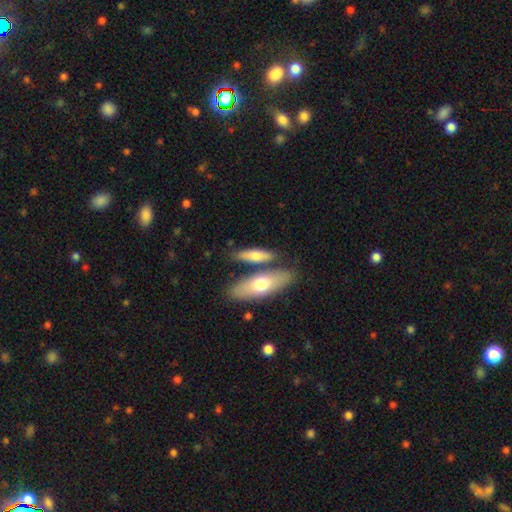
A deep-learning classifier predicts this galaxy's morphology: Overall: smooth (65%; featured or disk 30%). How rounded: cigar-shaped (56%; in between 41%). Merging: none (63%).